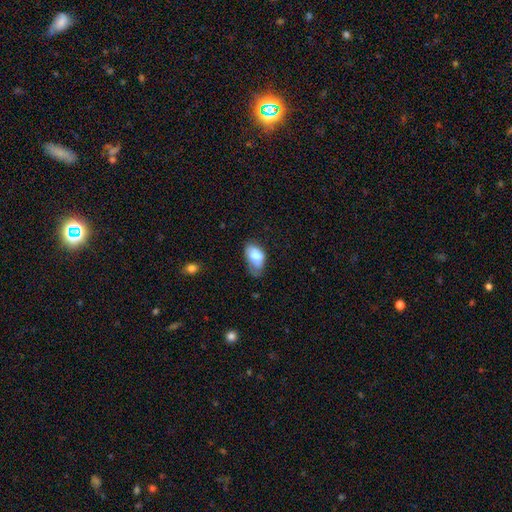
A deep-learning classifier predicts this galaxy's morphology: Smooth or featured: smooth — 77% (featured or disk — 16%)
How rounded: in between — 92% (round — 6%)
Merging: minor disturbance — 42% (none — 38%)